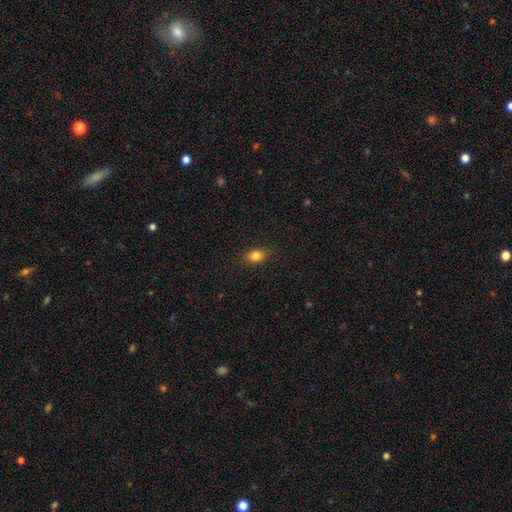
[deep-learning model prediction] smooth_or_featured: smooth (p=0.81) [alt: star or artifact p=0.11]
how_rounded: in between (p=0.67) [alt: round p=0.30]
merging: none (p=0.85) [alt: minor disturbance p=0.11]